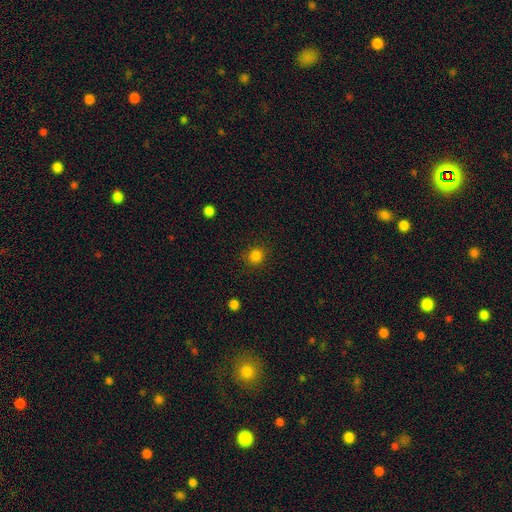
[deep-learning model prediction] The model was most divided on "smooth or featured": smooth: 84%, star or artifact: 12%, featured or disk: 3%. More confident: merging — none (87%); how rounded — round (87%).